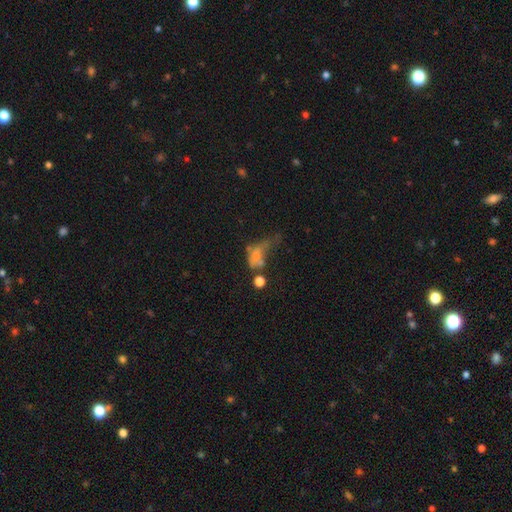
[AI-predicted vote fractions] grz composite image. It shows a smooth galaxy with no disk features (42%). Merging: major disturbance (45%).